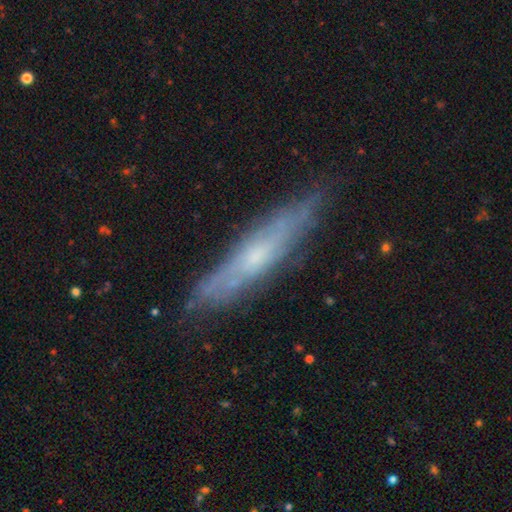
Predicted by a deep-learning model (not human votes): featured or disk 61%, smooth 32%, star or artifact 7%. Down the decision tree: edge-on disk — yes (70%); merging — none (78%).